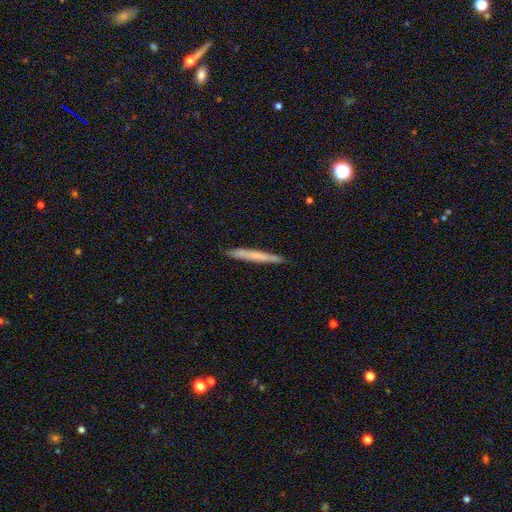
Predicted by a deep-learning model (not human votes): A smooth galaxy with no disk features (57%) that is cigar-shaped (97%).

Vote fractions:
- Smooth or featured? smooth: 57% / featured or disk: 37% / star or artifact: 6%
- How rounded? cigar-shaped: 97% / in between: 2% / round: 1%
- Merging? none: 90% / minor disturbance: 7% / major disturbance: 1% / merger: 1%